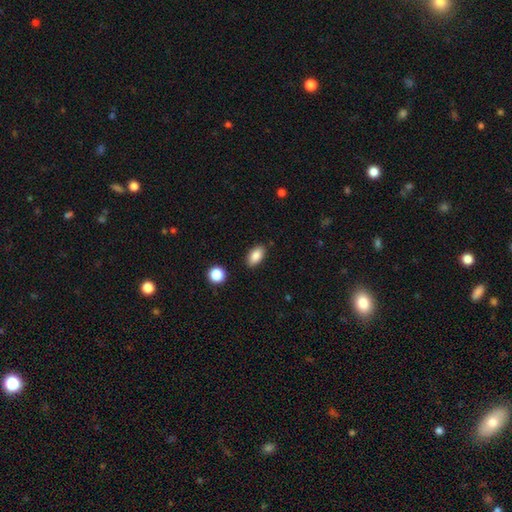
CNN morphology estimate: smooth 86%, star or artifact 8%, featured or disk 6%. Down the decision tree: how rounded — in between (92%); merging — none (87%).